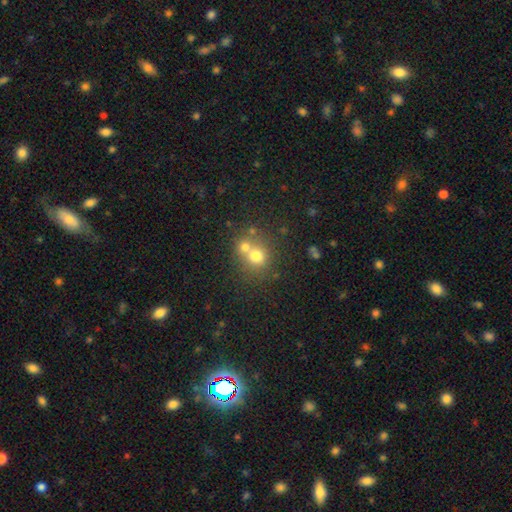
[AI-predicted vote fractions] The model was most divided on "merging": merger: 45%, none: 44%, minor disturbance: 7%, major disturbance: 4%. More confident: how rounded — round (81%); smooth or featured — smooth (71%).